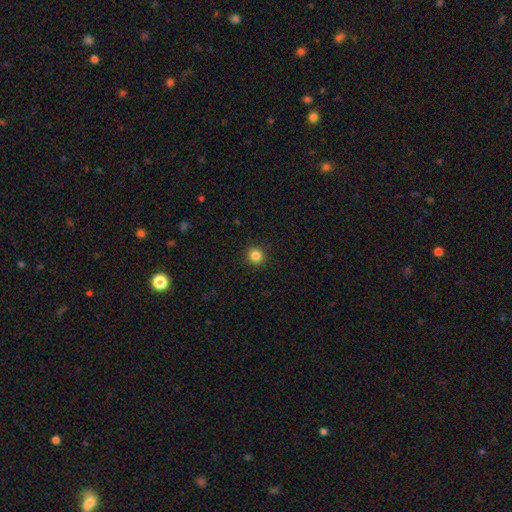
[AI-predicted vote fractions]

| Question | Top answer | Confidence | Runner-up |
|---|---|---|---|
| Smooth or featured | smooth | 84% | star or artifact (11%) |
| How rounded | round | 93% | in between (6%) |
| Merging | none | 92% | minor disturbance (5%) |